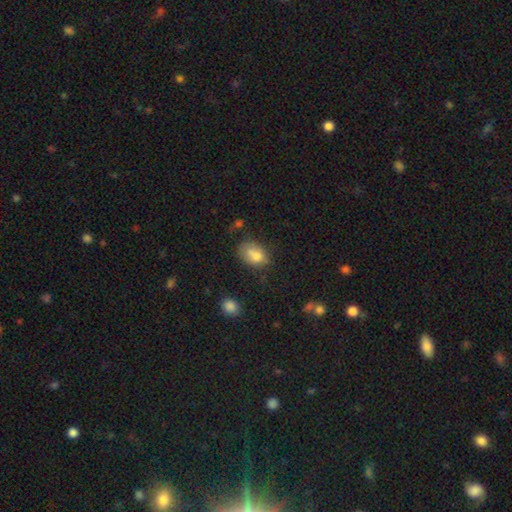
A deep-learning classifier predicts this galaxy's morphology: smooth 72%, featured or disk 18%, star or artifact 10%. Down the decision tree: how rounded — in between (71%); merging — none (40%).